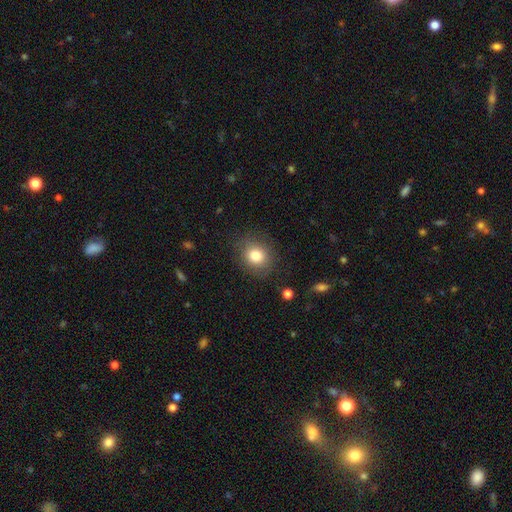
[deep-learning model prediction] Smooth or featured: smooth — 81% (star or artifact — 10%)
How rounded: round — 71% (in between — 28%)
Merging: none — 83% (minor disturbance — 11%)